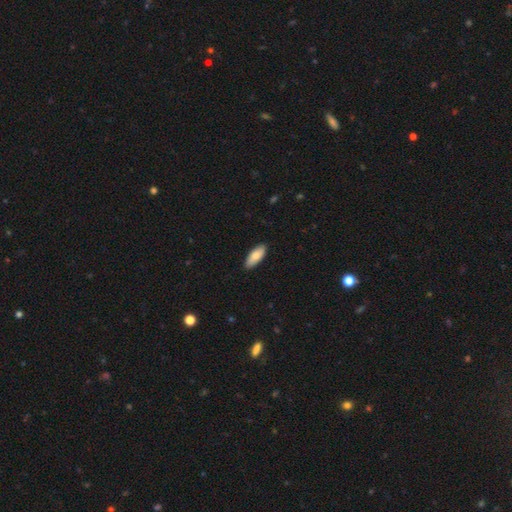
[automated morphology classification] smooth 81%, featured or disk 13%, star or artifact 5%. Down the decision tree: how rounded — in between (76%); merging — none (89%).